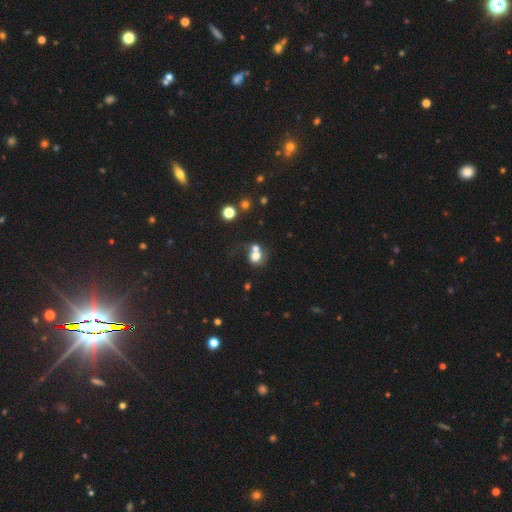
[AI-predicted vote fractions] A smooth galaxy with no disk features (69%) that is round (70%).

Vote fractions:
- Smooth or featured? smooth: 69% / featured or disk: 18% / star or artifact: 13%
- How rounded? round: 70% / in between: 29% / cigar-shaped: 1%
- Merging? merger: 56% / none: 26% / major disturbance: 9% / minor disturbance: 8%